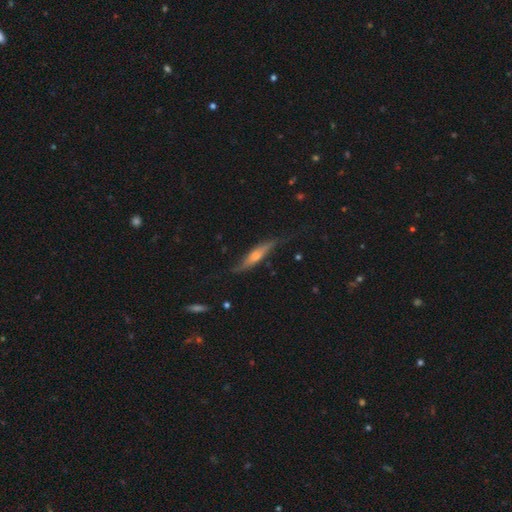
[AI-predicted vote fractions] smooth-or-featured: featured or disk: 57% | smooth: 37% | star or artifact: 6%
  disk-edge-on: yes: 76% | no: 24%
  merging: none: 63% | minor disturbance: 27% | major disturbance: 8% | merger: 2%